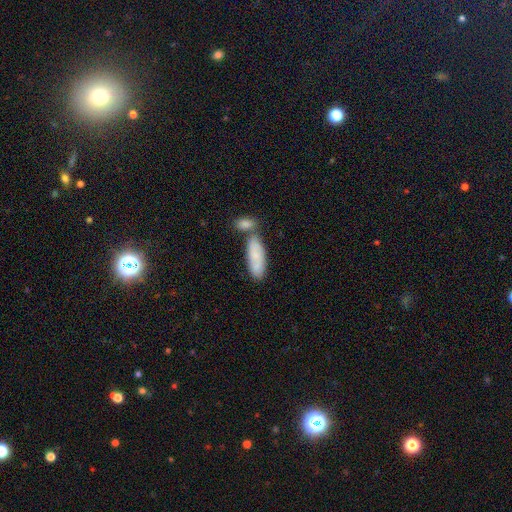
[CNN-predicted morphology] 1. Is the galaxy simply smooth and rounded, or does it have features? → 73% smooth, 21% featured or disk, 6% star or artifact.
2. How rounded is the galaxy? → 62% in between, 36% cigar-shaped, 2% round.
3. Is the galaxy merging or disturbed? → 44% none, 38% merger, 14% minor disturbance, 4% major disturbance.